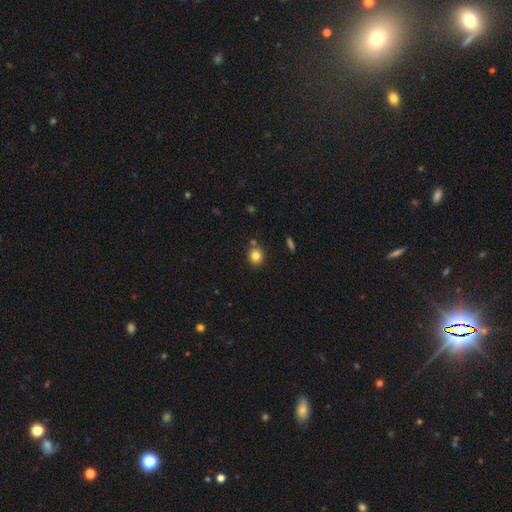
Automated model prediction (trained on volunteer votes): Smooth or featured?
  - smooth: 82% *
  - star or artifact: 11%
  - featured or disk: 6%
How rounded?
  - round: 82% *
  - in between: 17%
  - cigar-shaped: 1%
Merging?
  - none: 80% *
  - minor disturbance: 9%
  - merger: 9%
  - major disturbance: 2%